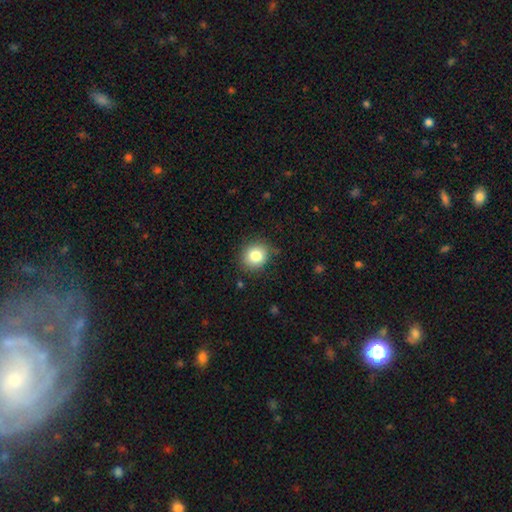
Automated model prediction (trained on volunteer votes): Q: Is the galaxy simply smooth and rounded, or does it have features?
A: smooth — 82%.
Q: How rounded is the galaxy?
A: round — 79%.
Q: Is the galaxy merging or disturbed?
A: none — 83%.